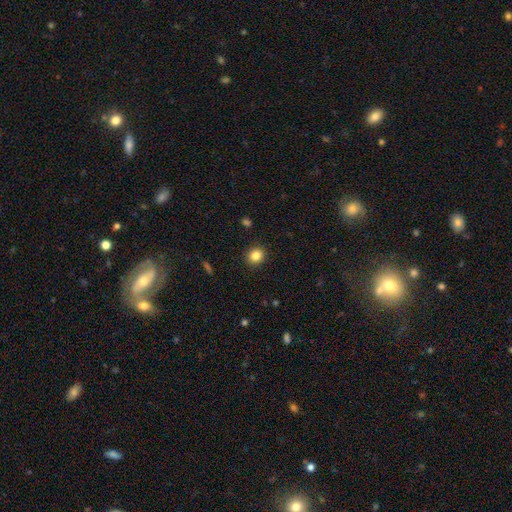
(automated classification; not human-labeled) Q: Smooth or featured?
A: smooth (84%); runner-up: star or artifact (11%)
Q: How rounded?
A: round (82%); runner-up: in between (17%)
Q: Merging?
A: none (91%); runner-up: minor disturbance (6%)